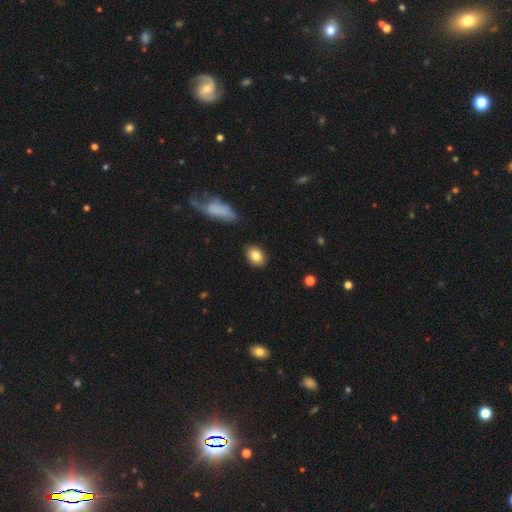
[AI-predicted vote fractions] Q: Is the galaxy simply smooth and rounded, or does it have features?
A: smooth — 83%.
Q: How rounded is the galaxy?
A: in between — 72%.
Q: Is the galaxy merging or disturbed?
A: none — 86%.